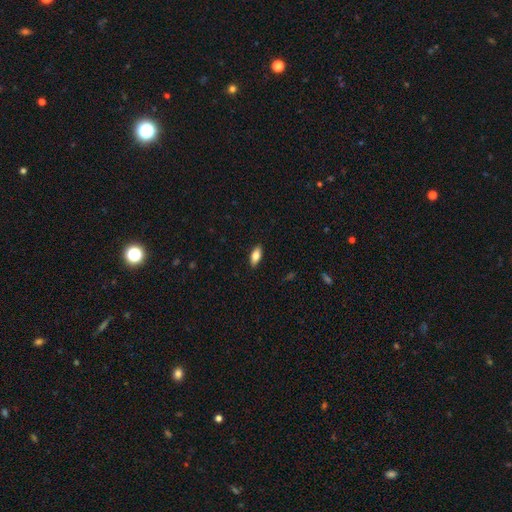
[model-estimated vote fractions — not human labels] Smooth or featured: smooth — 77% (featured or disk — 16%)
How rounded: in between — 84% (cigar-shaped — 13%)
Merging: none — 88% (minor disturbance — 9%)